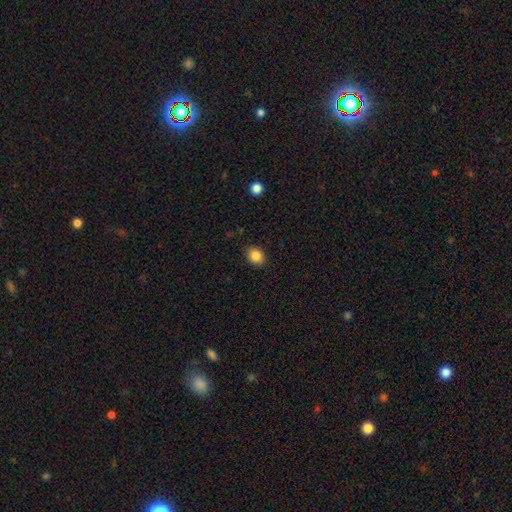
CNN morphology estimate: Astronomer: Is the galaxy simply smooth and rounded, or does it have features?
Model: smooth — 86%.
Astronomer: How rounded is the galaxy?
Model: round — 64%.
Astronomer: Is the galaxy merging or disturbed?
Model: none — 88%.